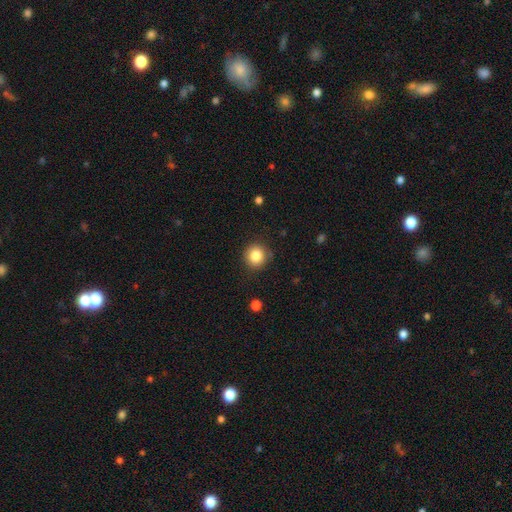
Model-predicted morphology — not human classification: smooth-or-featured: smooth: 84% | star or artifact: 10% | featured or disk: 6%
  how-rounded: round: 92% | in between: 7% | cigar-shaped: 1%
  merging: none: 88% | minor disturbance: 8% | major disturbance: 2% | merger: 1%